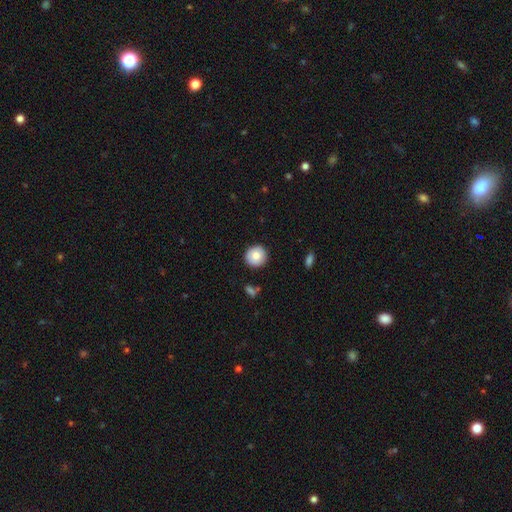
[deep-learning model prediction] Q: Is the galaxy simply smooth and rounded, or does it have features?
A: smooth — 81%.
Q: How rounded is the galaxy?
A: round — 93%.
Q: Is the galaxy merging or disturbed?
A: none — 90%.